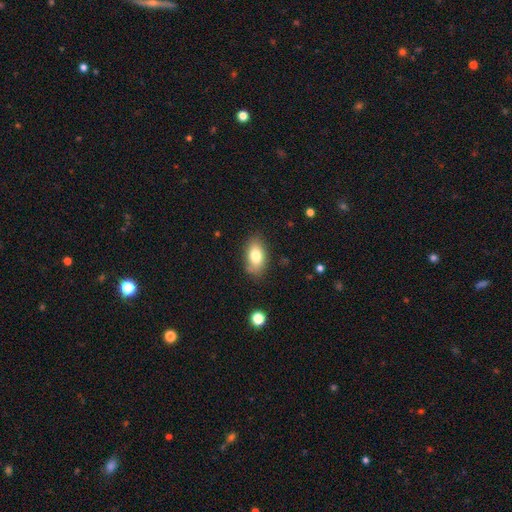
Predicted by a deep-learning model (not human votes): smooth 79%, featured or disk 13%, star or artifact 8%. Down the decision tree: how rounded — in between (89%); merging — none (79%).